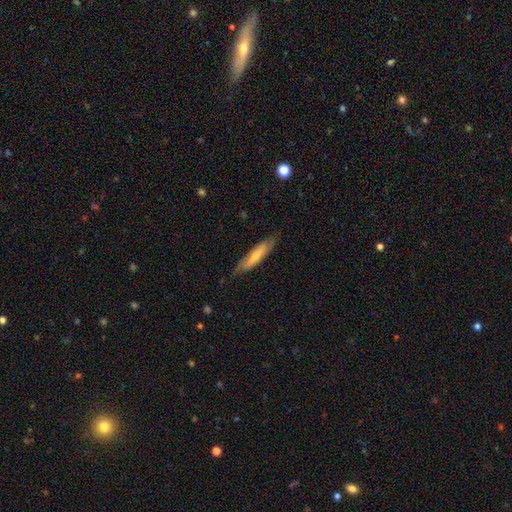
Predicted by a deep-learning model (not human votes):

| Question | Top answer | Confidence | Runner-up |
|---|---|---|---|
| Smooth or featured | smooth | 57% | featured or disk (37%) |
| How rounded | cigar-shaped | 82% | in between (17%) |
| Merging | none | 79% | minor disturbance (17%) |